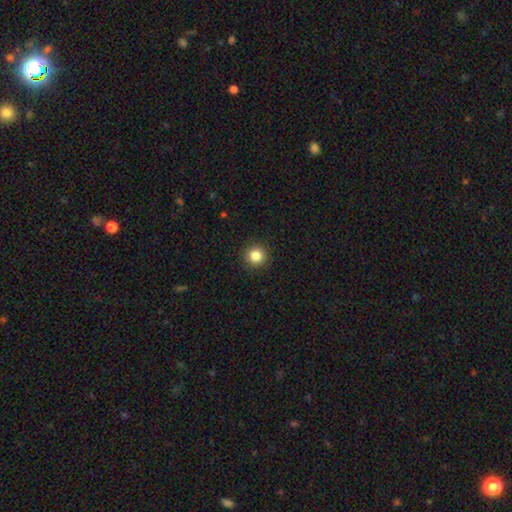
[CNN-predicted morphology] Smooth or featured?
  - smooth: 84% *
  - star or artifact: 11%
  - featured or disk: 5%
How rounded?
  - round: 95% *
  - in between: 4%
  - cigar-shaped: 1%
Merging?
  - none: 93% *
  - minor disturbance: 5%
  - major disturbance: 2%
  - merger: 1%